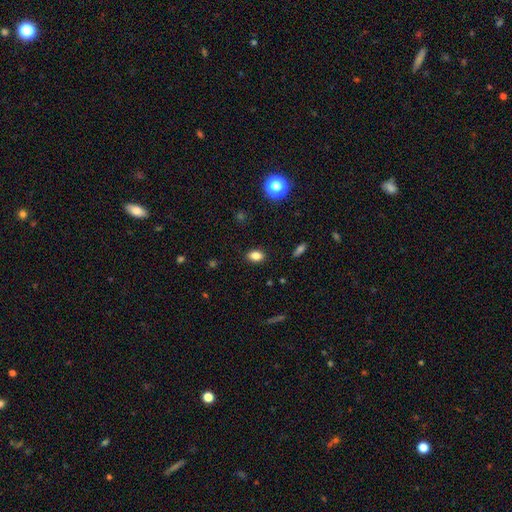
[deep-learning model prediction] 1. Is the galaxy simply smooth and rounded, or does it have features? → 83% smooth, 11% star or artifact, 6% featured or disk.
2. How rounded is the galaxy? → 81% in between, 17% round, 2% cigar-shaped.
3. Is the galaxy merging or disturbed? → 88% none, 9% minor disturbance, 2% major disturbance, 1% merger.